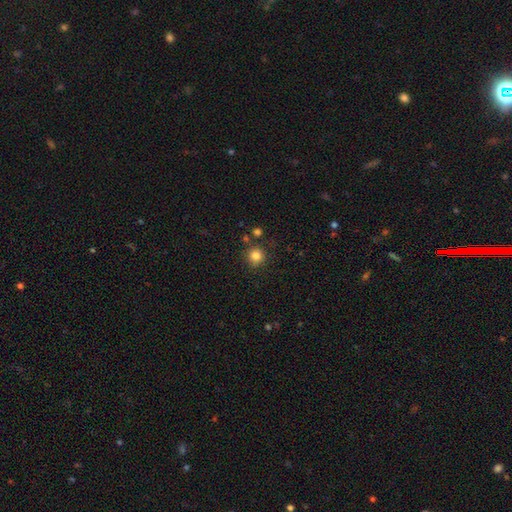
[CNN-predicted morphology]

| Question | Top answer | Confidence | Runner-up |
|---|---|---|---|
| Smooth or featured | smooth | 83% | star or artifact (12%) |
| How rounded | round | 93% | in between (6%) |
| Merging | none | 84% | minor disturbance (8%) |